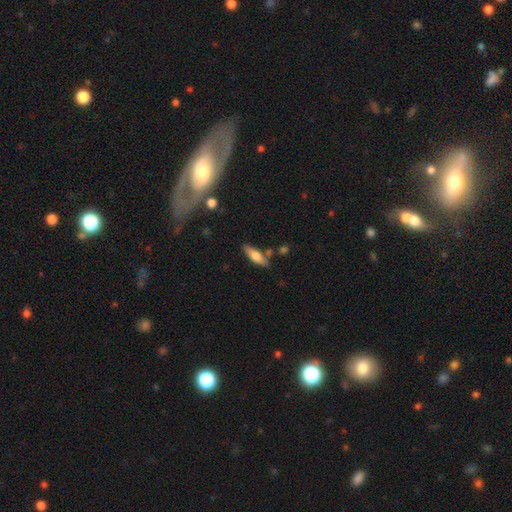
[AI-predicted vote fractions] Smooth or featured? smooth (63%)
How rounded? cigar-shaped (51%)
Merging? none (77%)